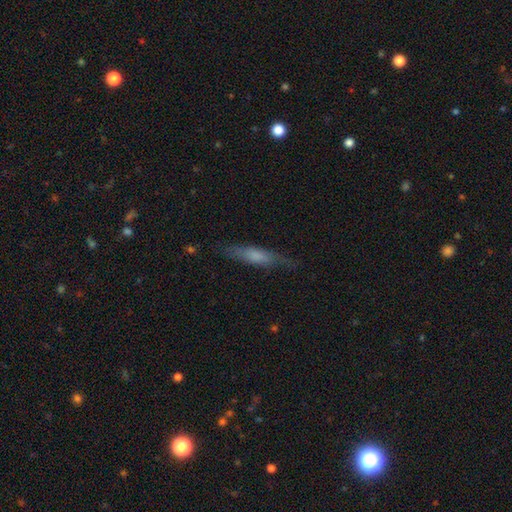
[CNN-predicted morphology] Smooth or featured? Predicted: smooth (p=0.59). How rounded? Predicted: cigar-shaped (p=0.79). Merging? Predicted: none (p=0.73).